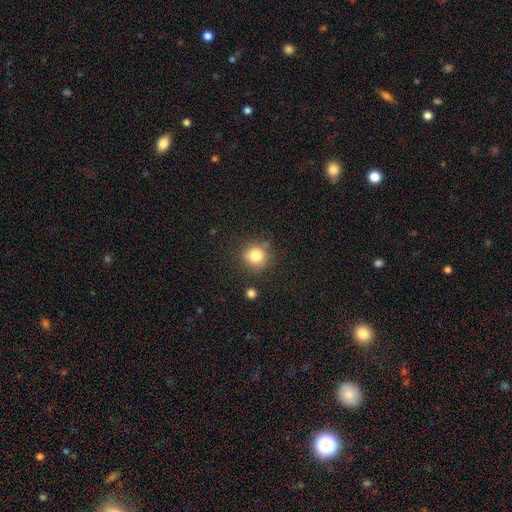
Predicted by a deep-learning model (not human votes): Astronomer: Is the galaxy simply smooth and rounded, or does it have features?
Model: smooth — 81%.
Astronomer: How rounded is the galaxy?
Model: round — 90%.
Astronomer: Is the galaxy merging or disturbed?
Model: none — 80%.